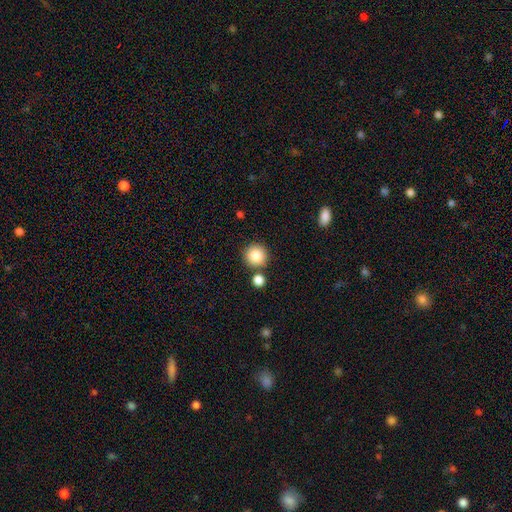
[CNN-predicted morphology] Overall: smooth (85%). How rounded: round (94%). Merging: none (80%).